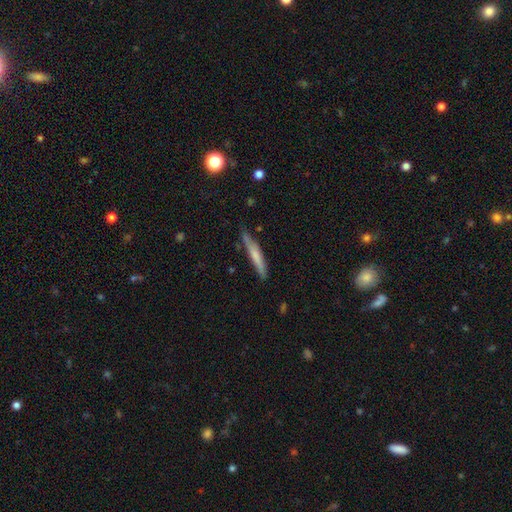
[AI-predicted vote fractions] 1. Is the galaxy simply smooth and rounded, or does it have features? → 61% smooth, 33% featured or disk, 6% star or artifact.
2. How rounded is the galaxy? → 94% cigar-shaped, 5% in between, 1% round.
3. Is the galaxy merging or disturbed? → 77% none, 18% minor disturbance, 3% major disturbance, 2% merger.